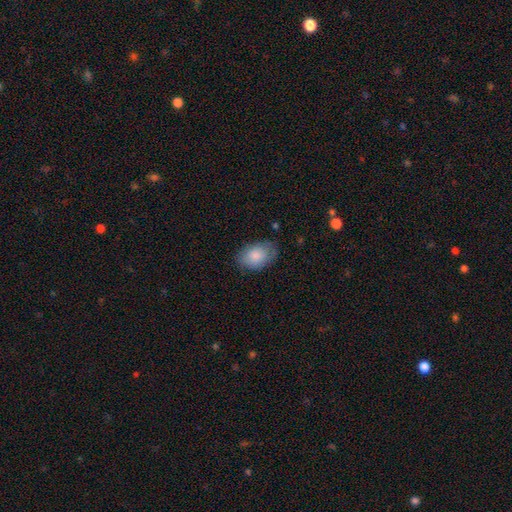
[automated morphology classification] smooth_or_featured: smooth (p=0.84) [alt: featured or disk p=0.09]
how_rounded: in between (p=0.88) [alt: round p=0.11]
merging: none (p=0.75) [alt: minor disturbance p=0.19]